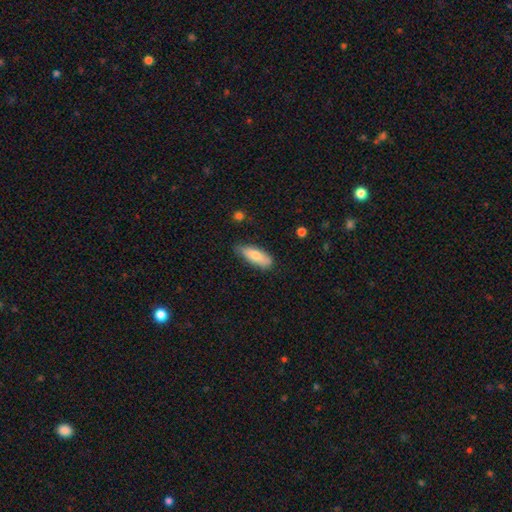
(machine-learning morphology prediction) Smooth or featured? Predicted: smooth (p=0.77). How rounded? Predicted: in between (p=0.66). Merging? Predicted: none (p=0.71).